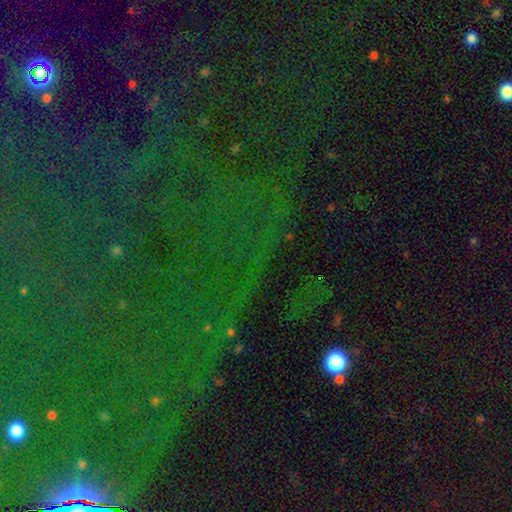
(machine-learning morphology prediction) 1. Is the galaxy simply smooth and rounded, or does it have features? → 82% star or artifact, 10% smooth, 8% featured or disk.